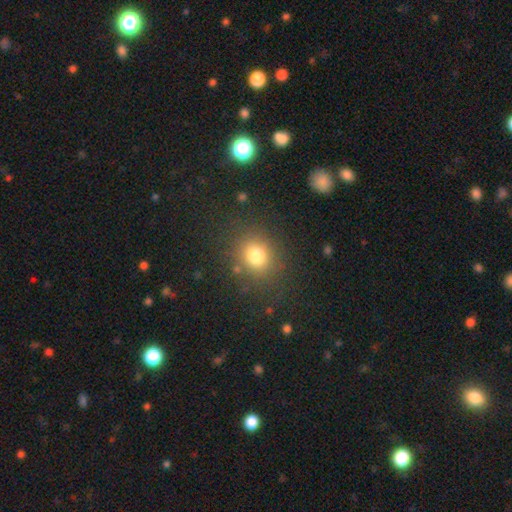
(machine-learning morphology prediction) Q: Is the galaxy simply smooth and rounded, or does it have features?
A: smooth — 77%.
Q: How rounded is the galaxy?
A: round — 73%.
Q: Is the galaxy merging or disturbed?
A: none — 83%.